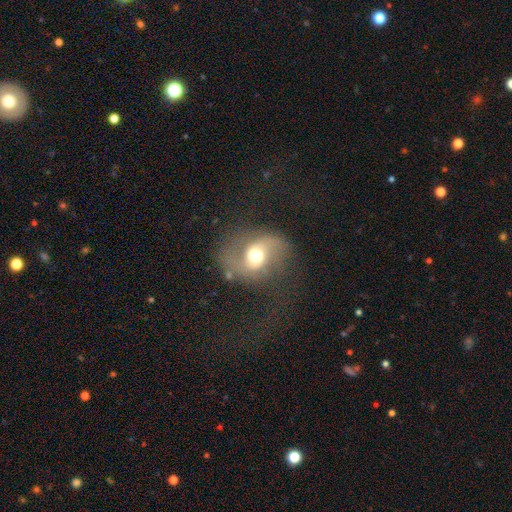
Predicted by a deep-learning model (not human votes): Smooth or featured: featured or disk — 71% (smooth — 20%)
Edge-on disk: no — 97% (yes — 3%)
Bar: no — 50% (weak — 36%)
Spiral arms: yes — 86% (no — 14%)
Spiral winding: loose — 54% (medium — 37%)
Spiral arm count: 2 — 88% (1 — 6%)
Bulge size: moderate — 63% (large — 26%)
Merging: none — 62% (minor disturbance — 18%)